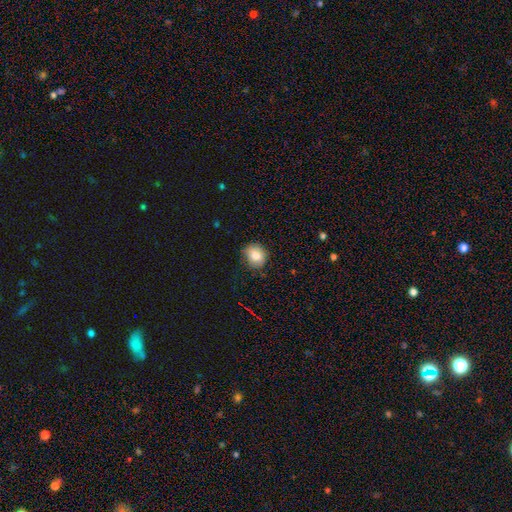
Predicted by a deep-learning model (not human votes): A smooth galaxy with no disk features (82%) that is round (78%). Merging: none (80%).